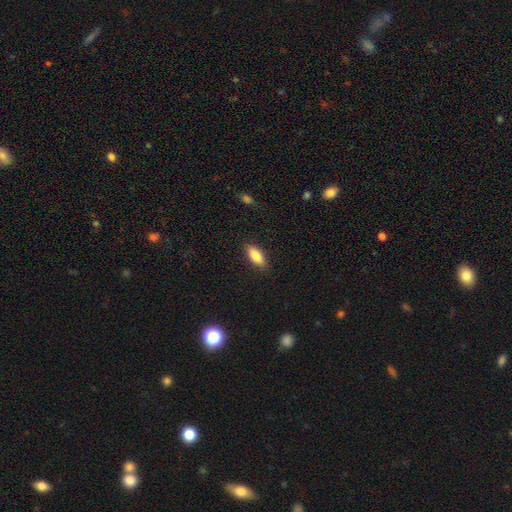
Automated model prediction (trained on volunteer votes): The model was most divided on "how rounded": in between: 79%, cigar-shaped: 19%, round: 2%. More confident: merging — none (88%); smooth or featured — smooth (84%).